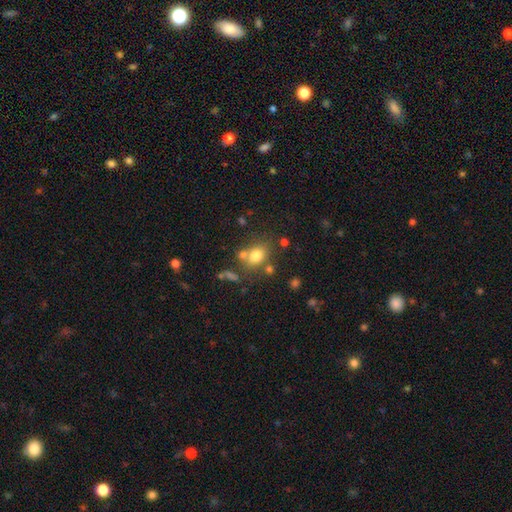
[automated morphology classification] Smooth or featured? smooth (76%)
How rounded? in between (53%)
Merging? none (61%)